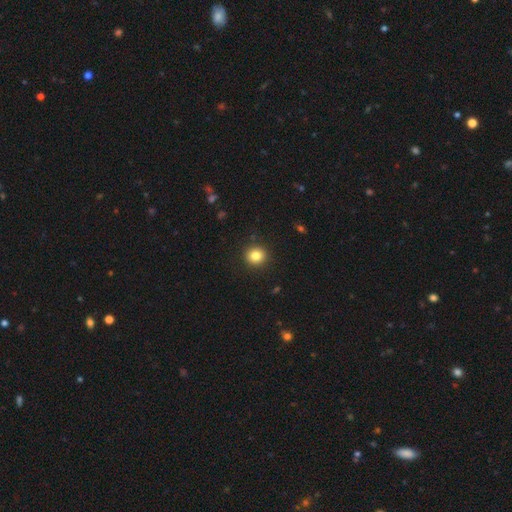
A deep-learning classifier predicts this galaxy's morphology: A smooth galaxy with no disk features (83%) that is round (91%). Merging: none (92%).